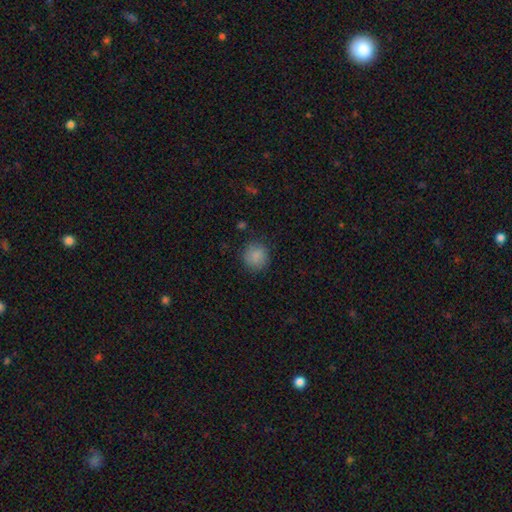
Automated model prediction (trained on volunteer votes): smooth 86%, star or artifact 9%, featured or disk 5%. Down the decision tree: how rounded — round (89%); merging — none (83%).